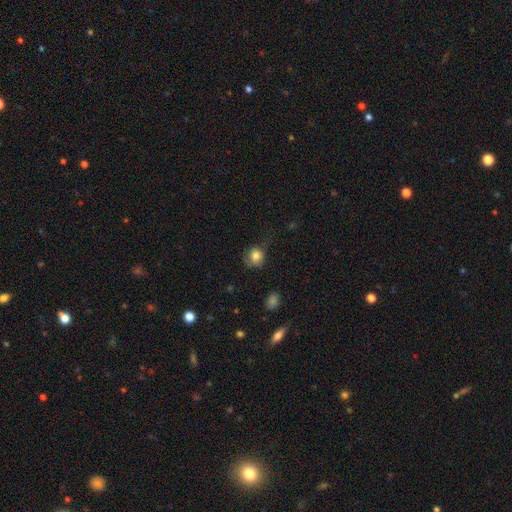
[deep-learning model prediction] This appears to be a smooth galaxy with no disk features (79%) that is round (73%). Merging: none (47%).